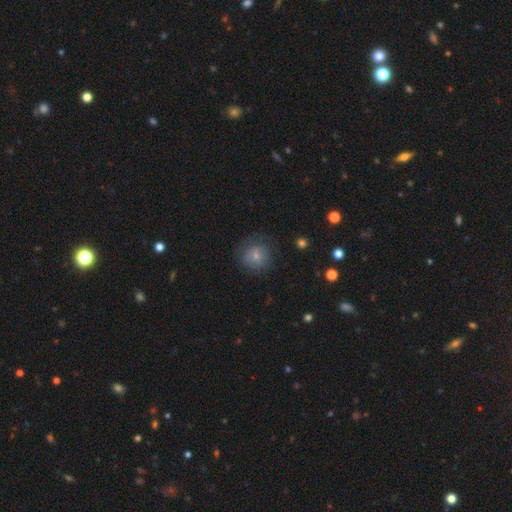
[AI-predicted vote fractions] smooth 73%, featured or disk 18%, star or artifact 9%. Down the decision tree: how rounded — round (87%); merging — none (66%).